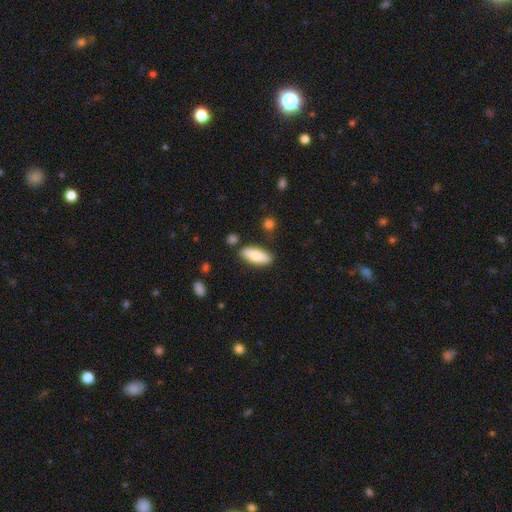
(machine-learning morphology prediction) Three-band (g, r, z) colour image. It shows a smooth galaxy with no disk features (76%) that is in between round and cigar-shaped (74%). Merging: none (83%).